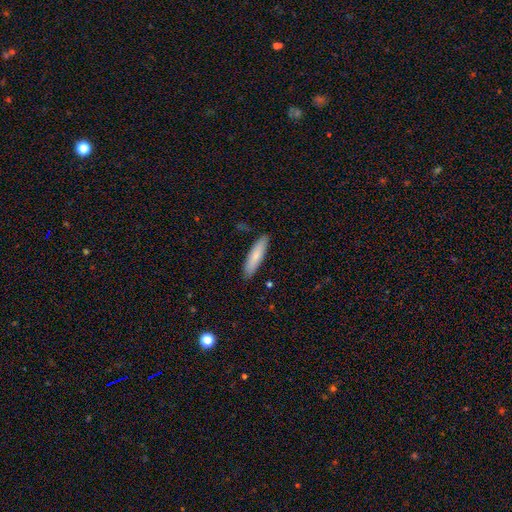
This is likely a smooth galaxy (77%). How rounded: clearly cigar-shaped (90%). Merging: clearly none (95%).